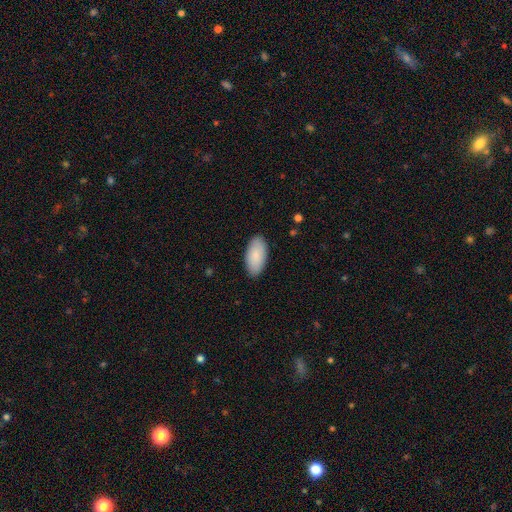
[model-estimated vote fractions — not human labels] smooth_or_featured: smooth (p=0.89) [alt: star or artifact p=0.05]
how_rounded: in between (p=0.95) [alt: cigar-shaped p=0.03]
merging: none (p=0.88) [alt: minor disturbance p=0.09]